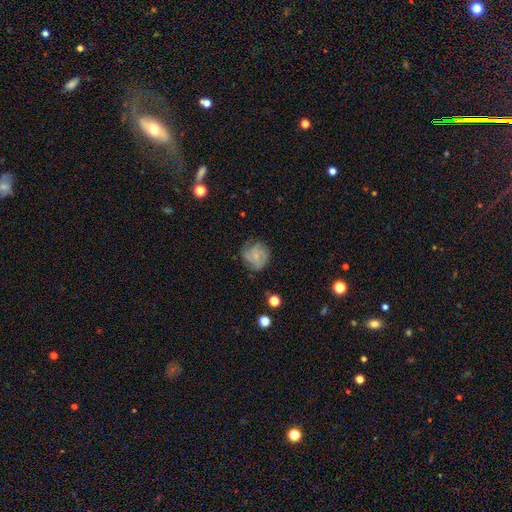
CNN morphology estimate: Overall: featured or disk (54%; smooth 36%). Edge-on disk: no (98%). Bar: no (79%). Spiral arms: yes (79%). Bulge size: small (73%). Merging: none (62%; minor disturbance 24%).